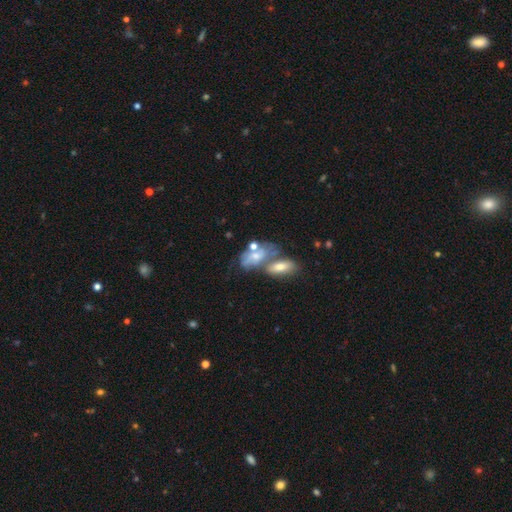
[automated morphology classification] Smooth or featured: smooth — 50% (featured or disk — 40%)
How rounded: in between — 86% (round — 9%)
Merging: merger — 51% (none — 24%)